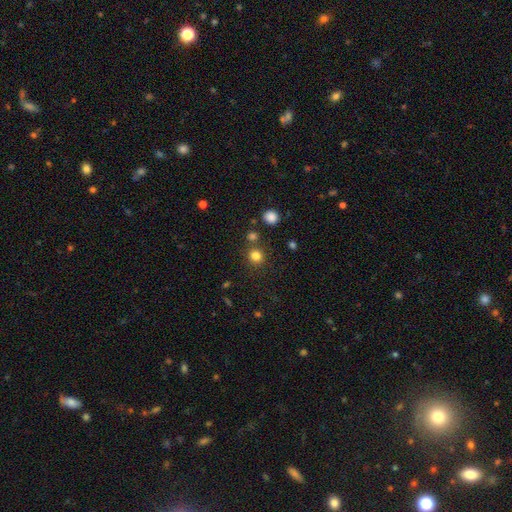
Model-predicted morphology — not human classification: Overall: smooth (80%). How rounded: round (88%). Merging: none (81%).